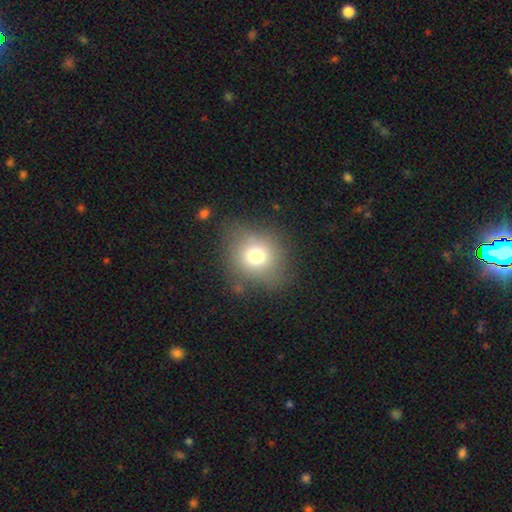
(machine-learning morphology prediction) Smooth or featured: smooth — 74% (star or artifact — 13%)
How rounded: round — 77% (in between — 22%)
Merging: none — 76% (minor disturbance — 15%)